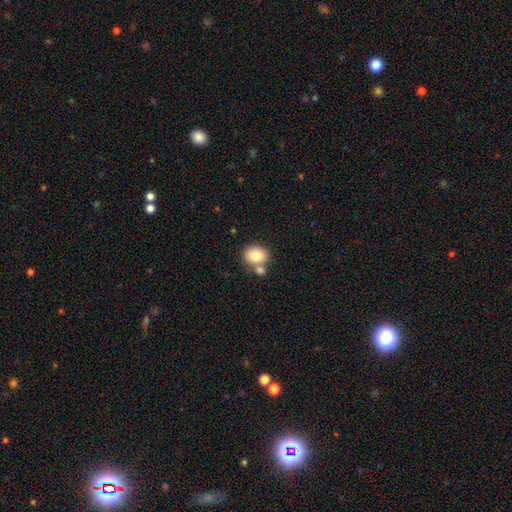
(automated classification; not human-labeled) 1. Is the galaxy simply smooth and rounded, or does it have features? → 79% smooth, 12% featured or disk, 9% star or artifact.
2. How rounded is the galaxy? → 52% round, 47% in between, 1% cigar-shaped.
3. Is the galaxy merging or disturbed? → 57% none, 28% merger, 11% minor disturbance, 3% major disturbance.